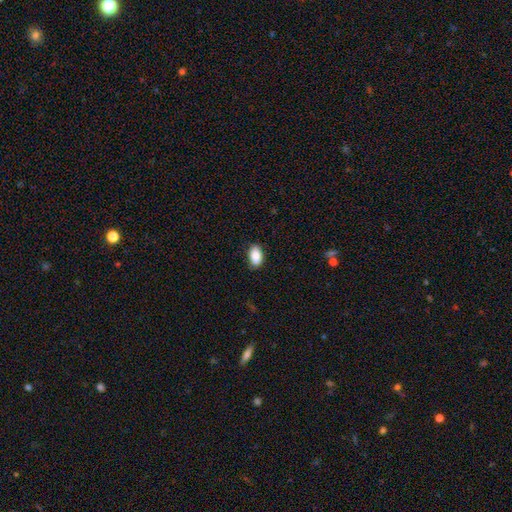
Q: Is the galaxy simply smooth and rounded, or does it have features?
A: smooth — 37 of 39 (95%).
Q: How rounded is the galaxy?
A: in between — 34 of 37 (92%).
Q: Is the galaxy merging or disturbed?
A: none — 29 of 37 (78%).